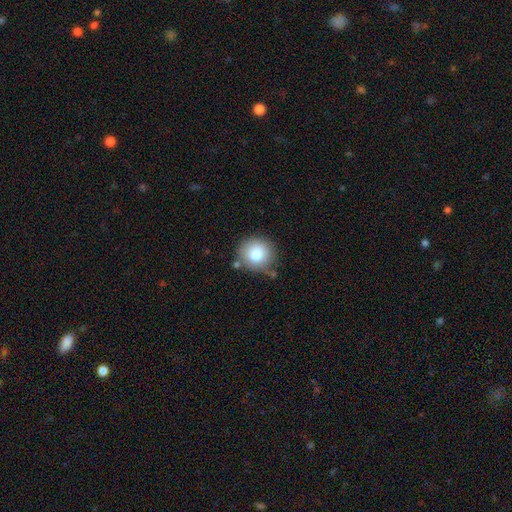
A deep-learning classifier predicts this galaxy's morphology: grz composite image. It shows a smooth galaxy with no disk features (82%) that is round (90%). Merging: none (76%).